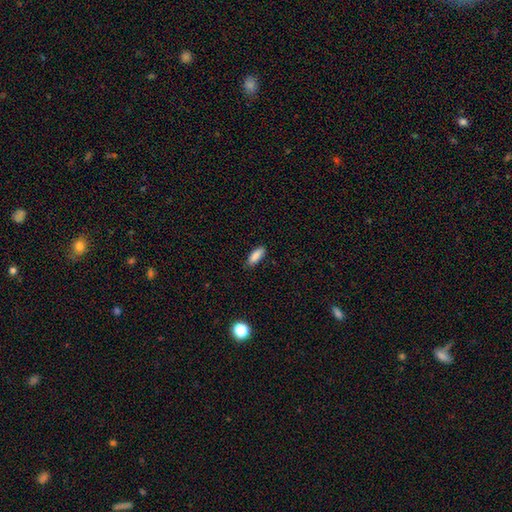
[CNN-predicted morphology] type=smooth (88%); roundness=in between (68%); merging=none (83%).